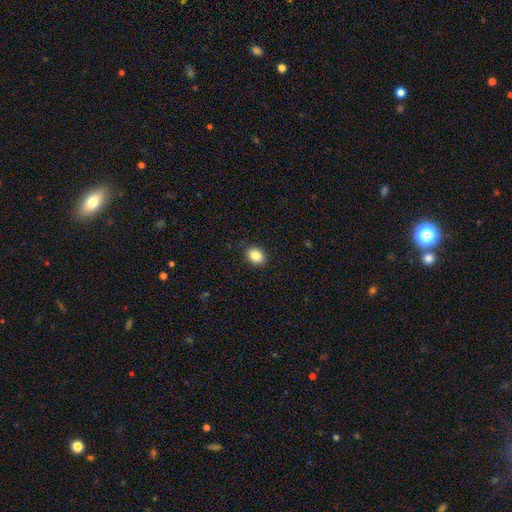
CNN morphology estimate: A smooth galaxy with no disk features (86%) that is in between round and cigar-shaped (62%).

Vote fractions:
- Smooth or featured? smooth: 86% / star or artifact: 9% / featured or disk: 5%
- How rounded? in between: 62% / round: 37% / cigar-shaped: 1%
- Merging? none: 88% / minor disturbance: 9% / major disturbance: 2% / merger: 1%